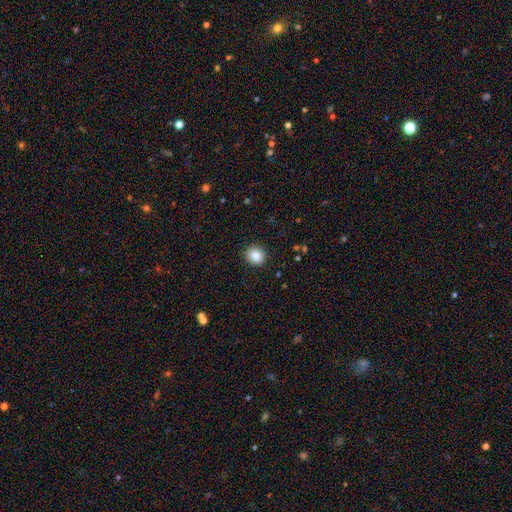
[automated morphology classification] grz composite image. It shows a smooth galaxy with no disk features (86%) that is round (79%). Merging: none (91%).